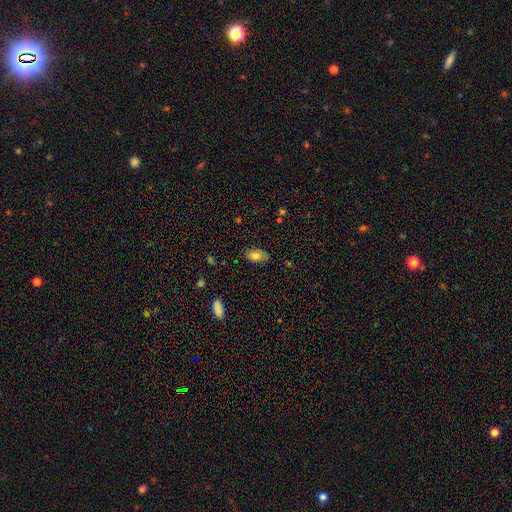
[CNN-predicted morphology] Q: Smooth or featured?
A: smooth (79%); runner-up: featured or disk (12%)
Q: How rounded?
A: in between (89%); runner-up: round (9%)
Q: Merging?
A: none (82%); runner-up: minor disturbance (14%)